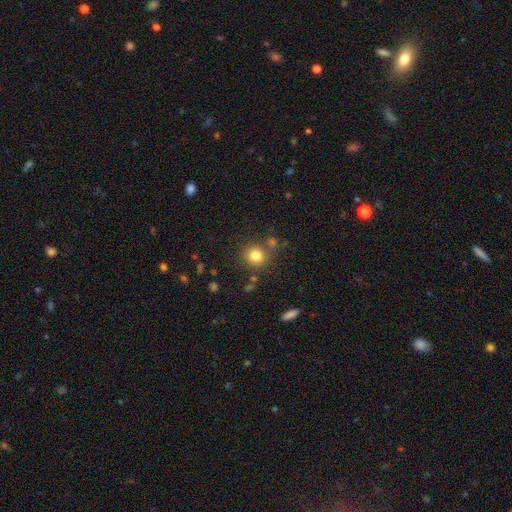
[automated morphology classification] A smooth galaxy with no disk features (81%) that is round (89%). Merging: none (77%).